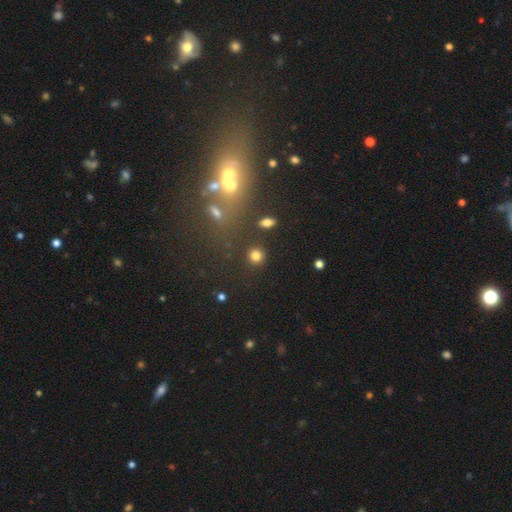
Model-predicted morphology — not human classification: Smooth or featured: smooth — 80% (star or artifact — 14%)
How rounded: round — 90% (in between — 9%)
Merging: none — 87% (minor disturbance — 6%)